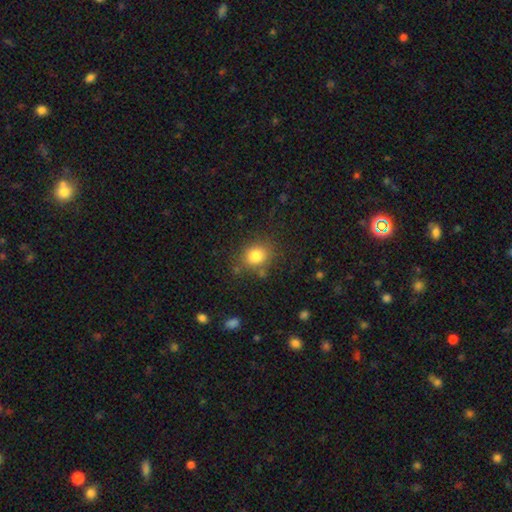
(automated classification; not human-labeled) Overall: smooth (82%). How rounded: round (66%; in between 33%). Merging: none (78%).